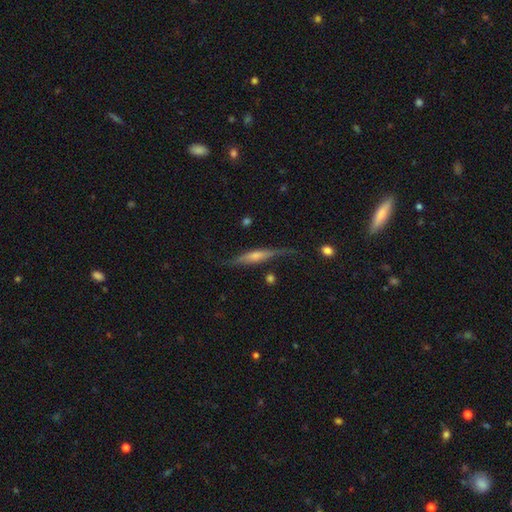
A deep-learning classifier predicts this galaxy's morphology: featured or disk 66%, smooth 26%, star or artifact 7%. Down the decision tree: edge-on disk — yes (94%); edge-on bulge — rounded (64%); merging — none (74%).